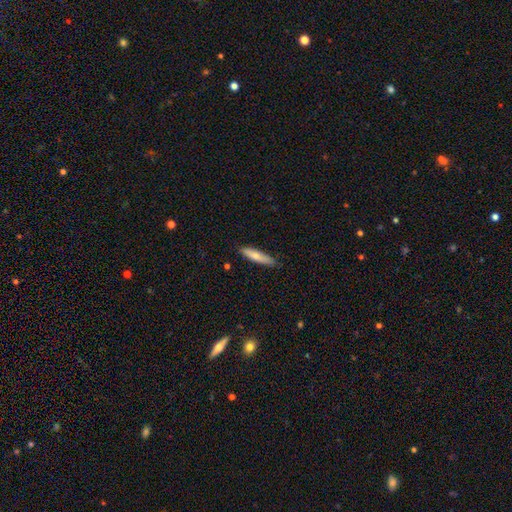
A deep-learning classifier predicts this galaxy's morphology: smooth_or_featured: smooth (p=0.71) [alt: featured or disk p=0.23]
how_rounded: cigar-shaped (p=0.79) [alt: in between p=0.19]
merging: none (p=0.86) [alt: minor disturbance p=0.11]